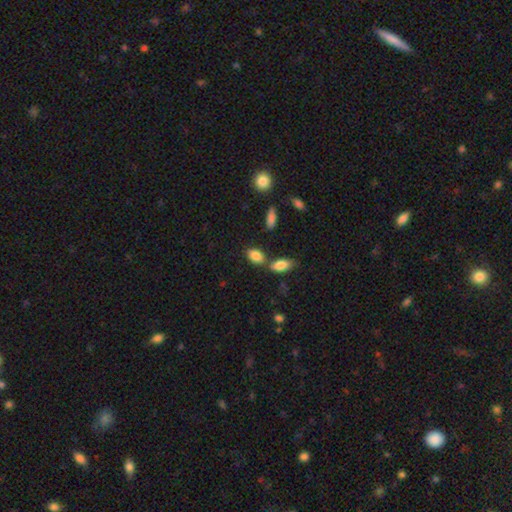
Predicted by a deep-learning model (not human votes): smooth-or-featured: smooth: 85% | star or artifact: 8% | featured or disk: 7%
  how-rounded: in between: 86% | round: 11% | cigar-shaped: 3%
  merging: none: 62% | merger: 20% | minor disturbance: 14% | major disturbance: 4%